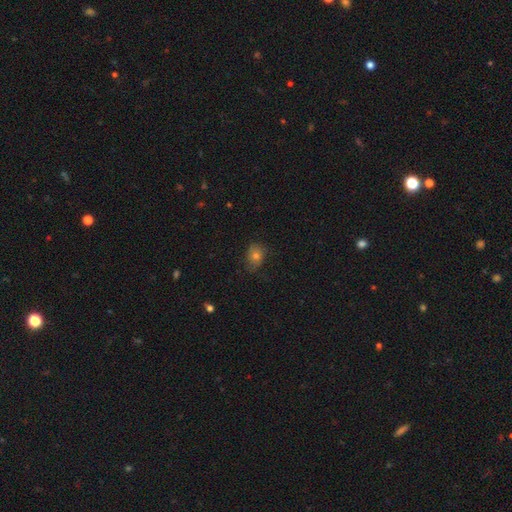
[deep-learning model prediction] smooth_or_featured: smooth (p=0.71) [alt: featured or disk p=0.16]
how_rounded: in between (p=0.58) [alt: round p=0.41]
merging: none (p=0.68) [alt: minor disturbance p=0.24]